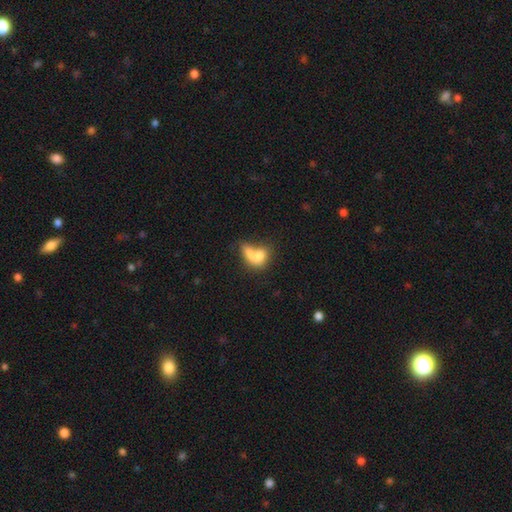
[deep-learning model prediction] Smooth or featured?
  - smooth: 73% *
  - featured or disk: 19%
  - star or artifact: 8%
How rounded?
  - in between: 66% *
  - round: 29%
  - cigar-shaped: 5%
Merging?
  - merger: 67% *
  - none: 18%
  - minor disturbance: 8%
  - major disturbance: 8%